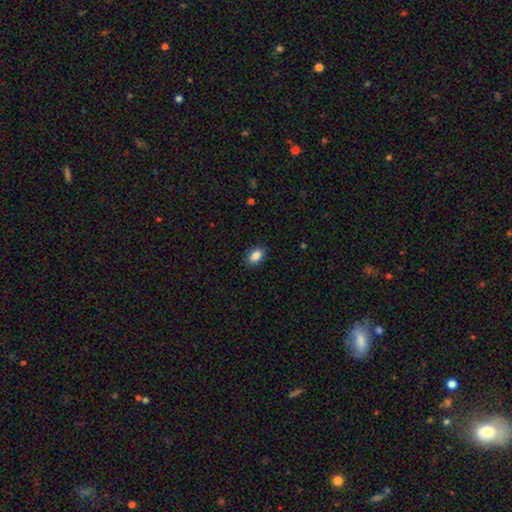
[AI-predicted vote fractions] Smooth or featured? Predicted: smooth (p=0.87). How rounded? Predicted: in between (p=0.86). Merging? Predicted: none (p=0.90).